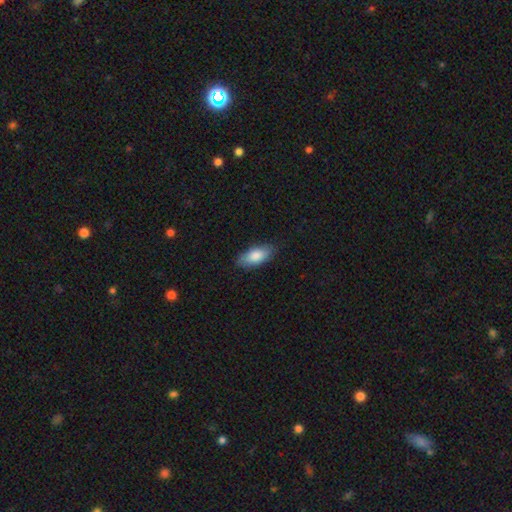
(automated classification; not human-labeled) Smooth or featured? Predicted: smooth (p=0.84). How rounded? Predicted: in between (p=0.88). Merging? Predicted: none (p=0.83).